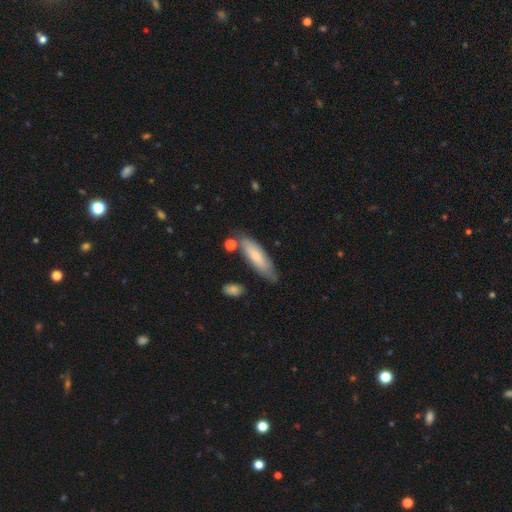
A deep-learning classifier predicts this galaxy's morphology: smooth-or-featured: smooth: 71% | featured or disk: 23% | star or artifact: 6%
  how-rounded: cigar-shaped: 55% | in between: 43% | round: 2%
  merging: none: 72% | minor disturbance: 19% | merger: 5% | major disturbance: 4%